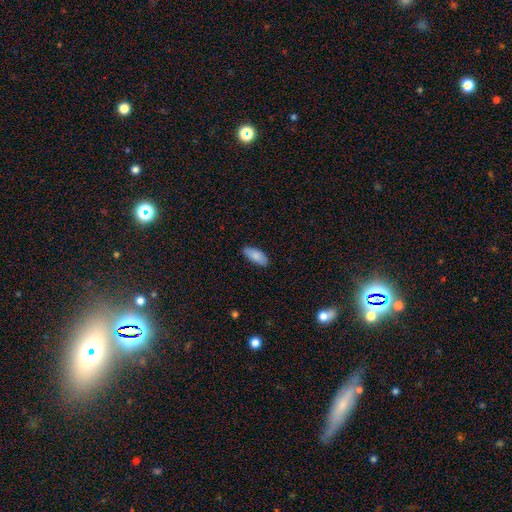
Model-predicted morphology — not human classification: Overall: smooth (85%). How rounded: in between (84%). Merging: none (85%).